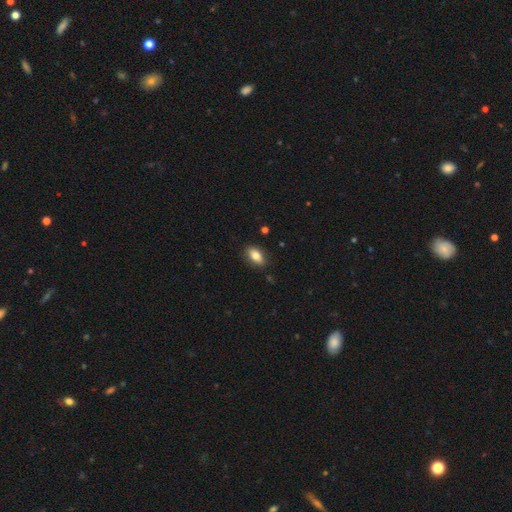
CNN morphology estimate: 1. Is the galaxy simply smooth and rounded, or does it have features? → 78% smooth, 14% featured or disk, 8% star or artifact.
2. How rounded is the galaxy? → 87% in between, 7% cigar-shaped, 6% round.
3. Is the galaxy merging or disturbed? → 85% none, 12% minor disturbance, 2% major disturbance, 1% merger.